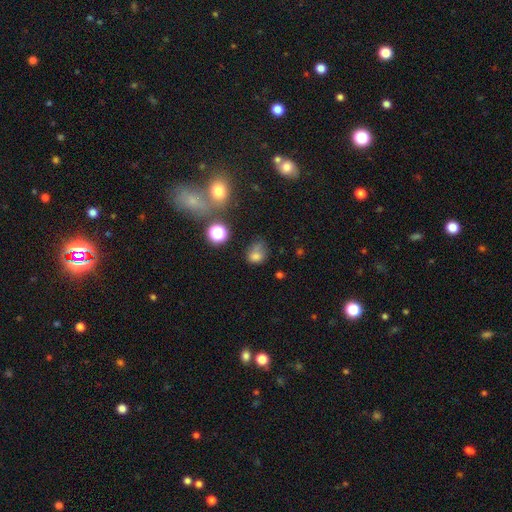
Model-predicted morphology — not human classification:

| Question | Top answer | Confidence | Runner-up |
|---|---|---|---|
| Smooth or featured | smooth | 71% | star or artifact (17%) |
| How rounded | in between | 51% | round (47%) |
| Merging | none | 40% | minor disturbance (29%) |